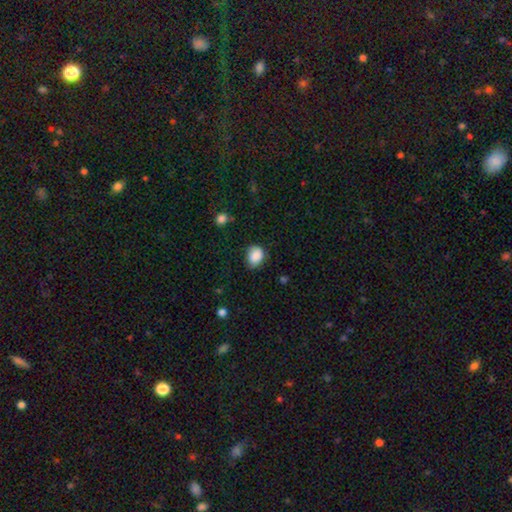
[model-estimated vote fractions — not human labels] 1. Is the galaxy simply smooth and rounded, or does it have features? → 87% smooth, 8% star or artifact, 5% featured or disk.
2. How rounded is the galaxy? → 52% in between, 47% round, 1% cigar-shaped.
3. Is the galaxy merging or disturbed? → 64% none, 28% minor disturbance, 6% major disturbance, 2% merger.